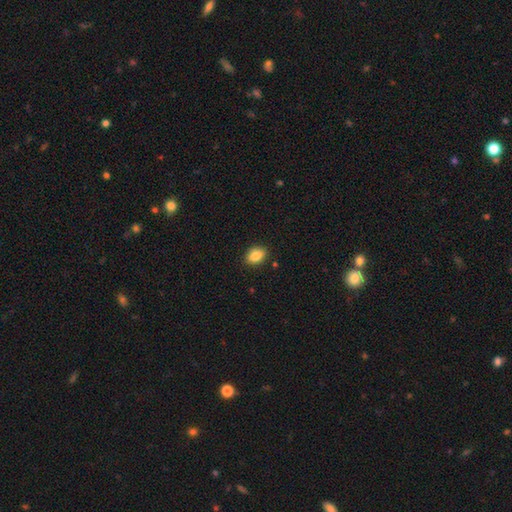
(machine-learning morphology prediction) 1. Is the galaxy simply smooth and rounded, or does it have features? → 87% smooth, 8% star or artifact, 5% featured or disk.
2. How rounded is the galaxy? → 79% in between, 20% round, 2% cigar-shaped.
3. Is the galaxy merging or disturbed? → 88% none, 9% minor disturbance, 2% major disturbance, 1% merger.